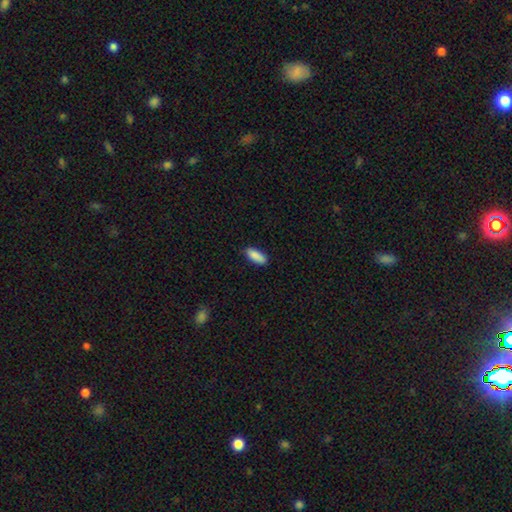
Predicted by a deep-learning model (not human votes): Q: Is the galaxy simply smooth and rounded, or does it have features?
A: smooth — 90%.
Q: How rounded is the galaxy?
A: in between — 76%.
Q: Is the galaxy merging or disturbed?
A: none — 86%.